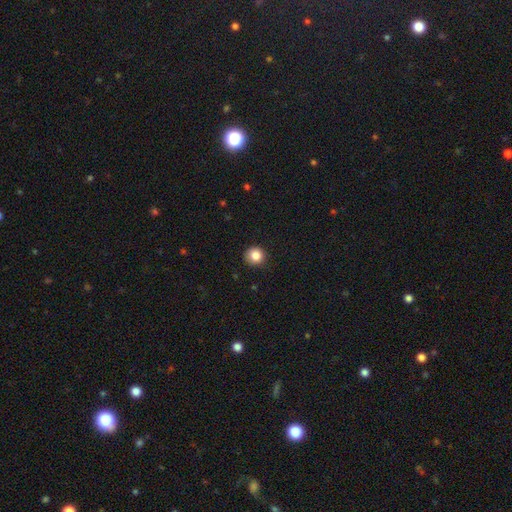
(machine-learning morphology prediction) smooth 85%, star or artifact 10%, featured or disk 5%. Down the decision tree: how rounded — round (93%); merging — none (89%).